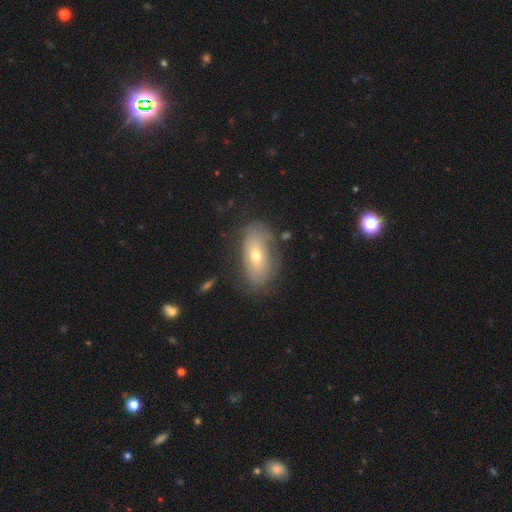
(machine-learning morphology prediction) smooth 49%, featured or disk 43%, star or artifact 9%. Down the decision tree: merging — none (73%).